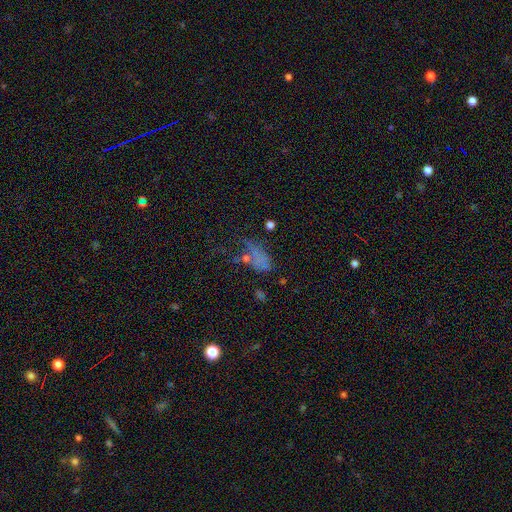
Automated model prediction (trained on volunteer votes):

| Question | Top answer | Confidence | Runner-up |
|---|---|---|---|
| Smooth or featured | smooth | 40% | star or artifact (33%) |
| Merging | major disturbance | 36% | none (33%) |